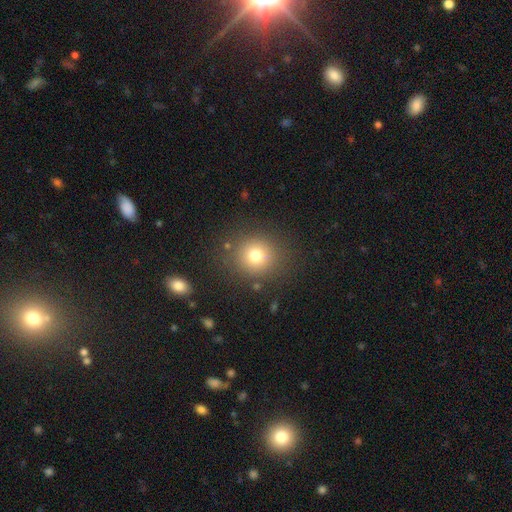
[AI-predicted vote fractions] smooth_or_featured: smooth (p=0.75) [alt: star or artifact p=0.14]
how_rounded: round (p=0.86) [alt: in between p=0.13]
merging: none (p=0.84) [alt: minor disturbance p=0.09]